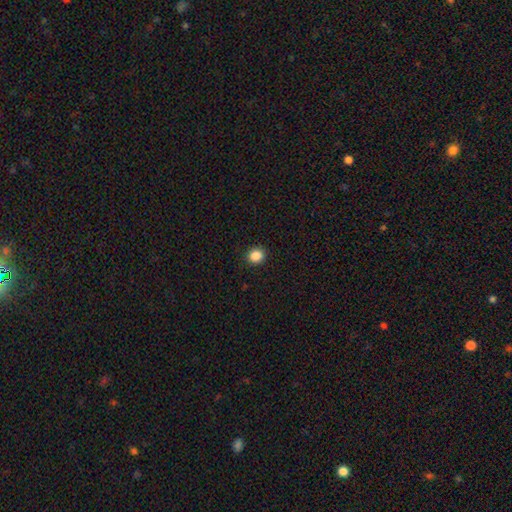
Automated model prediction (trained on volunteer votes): This is clearly a smooth galaxy (87%). How rounded: clearly round (85%). Merging: clearly none (92%).